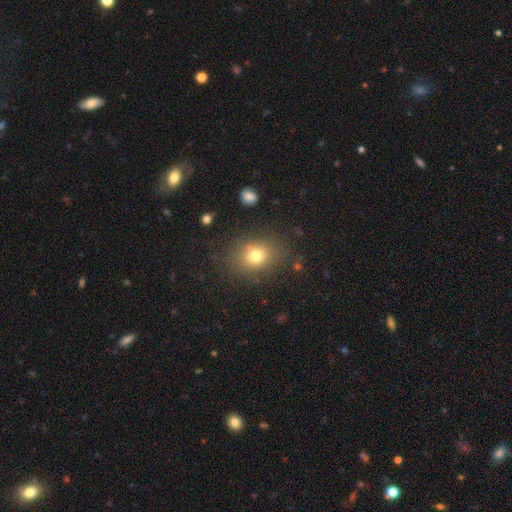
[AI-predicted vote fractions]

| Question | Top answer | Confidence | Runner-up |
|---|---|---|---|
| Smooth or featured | smooth | 76% | star or artifact (13%) |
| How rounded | round | 51% | in between (48%) |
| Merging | none | 81% | minor disturbance (12%) |